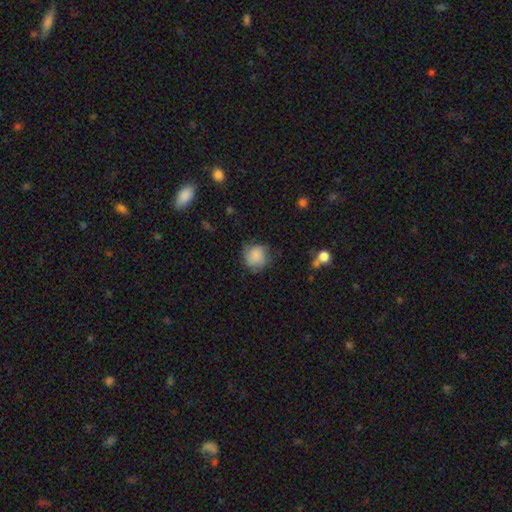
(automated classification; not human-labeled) Q: Smooth or featured?
A: smooth (78%); runner-up: featured or disk (14%)
Q: How rounded?
A: round (84%); runner-up: in between (15%)
Q: Merging?
A: none (63%); runner-up: minor disturbance (25%)